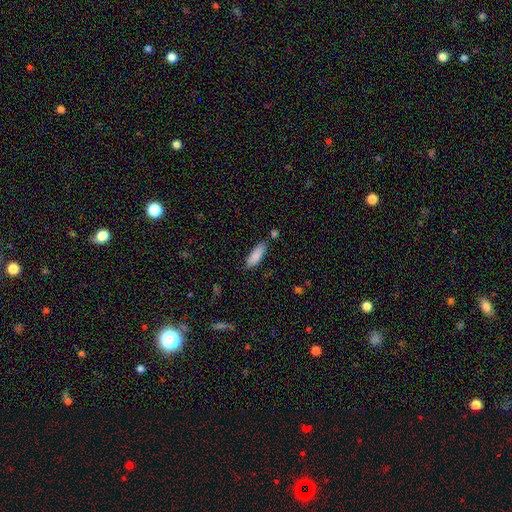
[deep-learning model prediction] This appears to be a smooth galaxy with no disk features (87%) that is in between round and cigar-shaped (61%). Merging: none (79%).